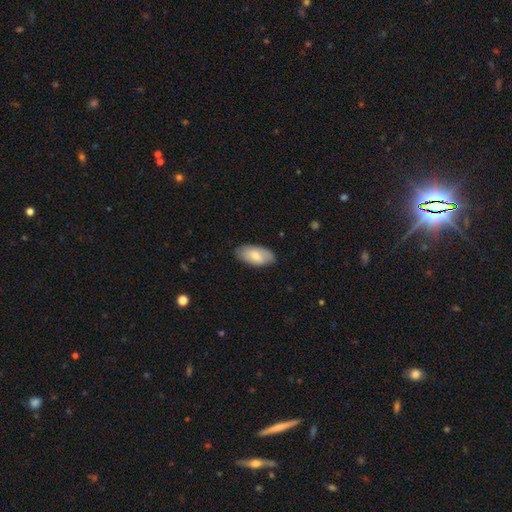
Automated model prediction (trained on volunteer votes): The model was most divided on "smooth or featured": smooth: 71%, featured or disk: 23%, star or artifact: 6%. More confident: how rounded — in between (93%); merging — none (83%).